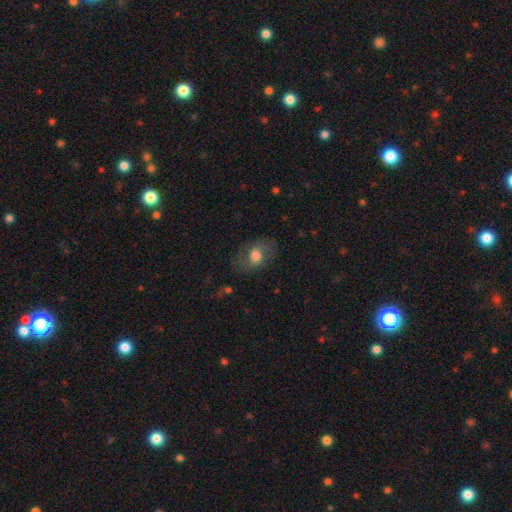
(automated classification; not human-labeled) This is possibly a smooth galaxy (53%). How rounded: likely in between (64%). Merging: likely none (68%).